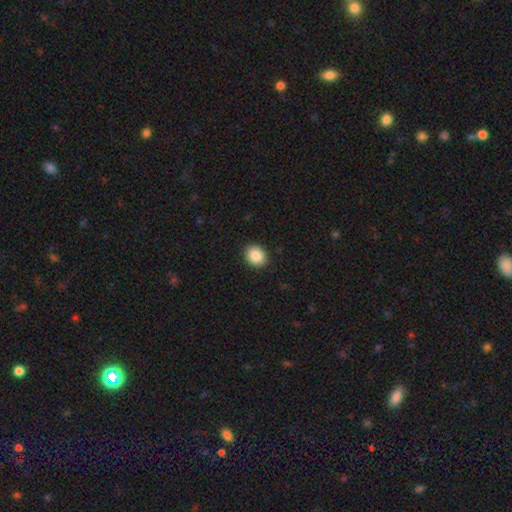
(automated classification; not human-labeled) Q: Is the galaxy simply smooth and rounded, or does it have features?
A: smooth — 87%.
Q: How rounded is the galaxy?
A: round — 59%.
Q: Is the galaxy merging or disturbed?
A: none — 91%.